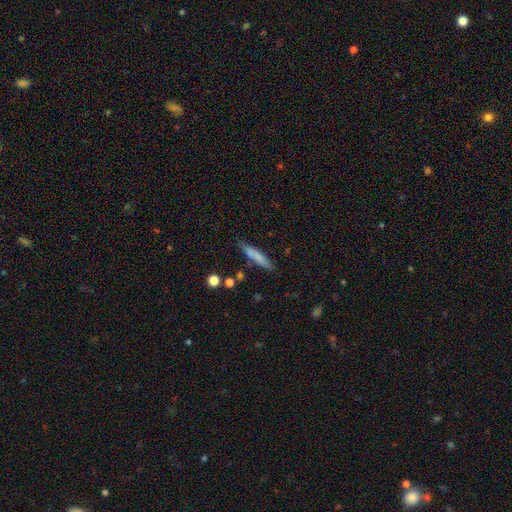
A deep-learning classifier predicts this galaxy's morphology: Q: Smooth or featured?
A: smooth (72%); runner-up: featured or disk (20%)
Q: How rounded?
A: cigar-shaped (88%); runner-up: in between (10%)
Q: Merging?
A: none (78%); runner-up: minor disturbance (15%)